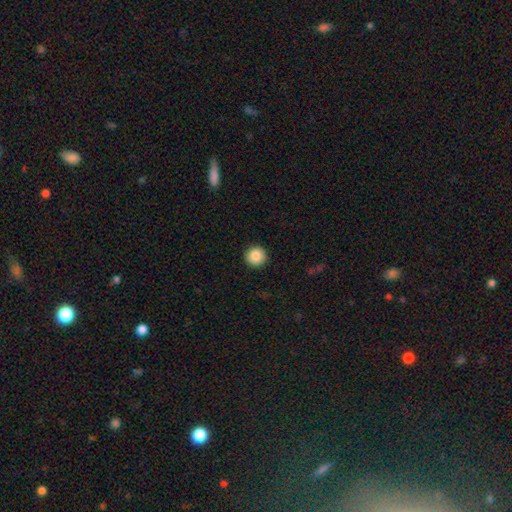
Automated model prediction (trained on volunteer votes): Smooth or featured?
  - smooth: 87% *
  - star or artifact: 8%
  - featured or disk: 5%
How rounded?
  - round: 96% *
  - in between: 4%
  - cigar-shaped: 1%
Merging?
  - none: 93% *
  - minor disturbance: 4%
  - major disturbance: 1%
  - merger: 1%